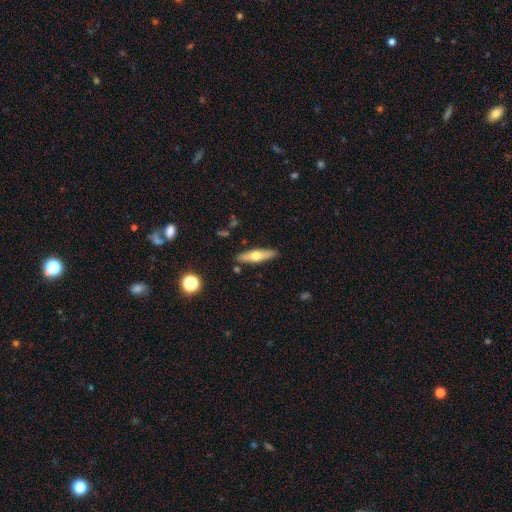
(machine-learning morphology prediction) This is possibly a smooth galaxy (54%). How rounded: likely cigar-shaped (65%). Merging: clearly none (87%).